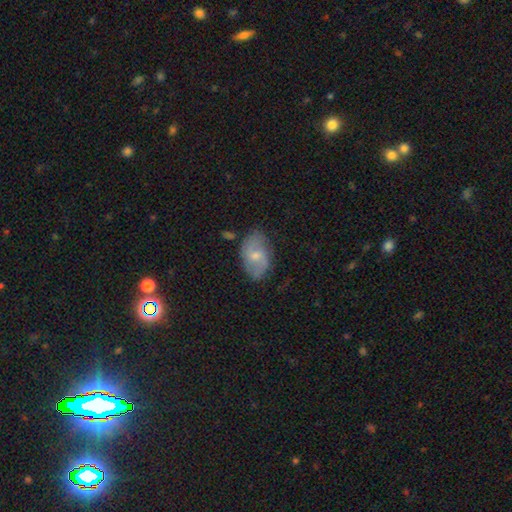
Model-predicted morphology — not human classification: Smooth or featured: featured or disk — 48% (smooth — 45%)
Merging: none — 68% (minor disturbance — 23%)